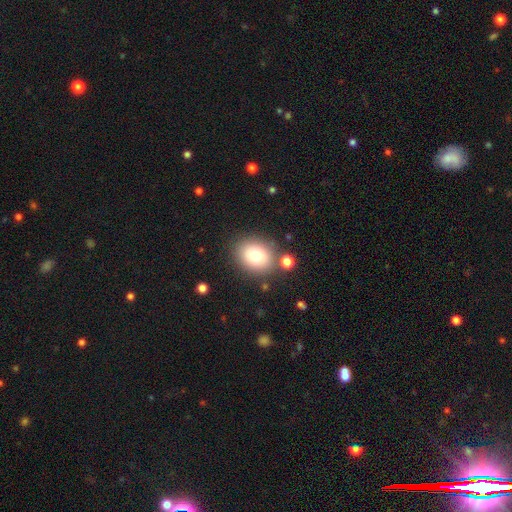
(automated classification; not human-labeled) Q: Smooth or featured?
A: smooth (77%); runner-up: featured or disk (12%)
Q: How rounded?
A: round (52%); runner-up: in between (47%)
Q: Merging?
A: none (79%); runner-up: minor disturbance (11%)